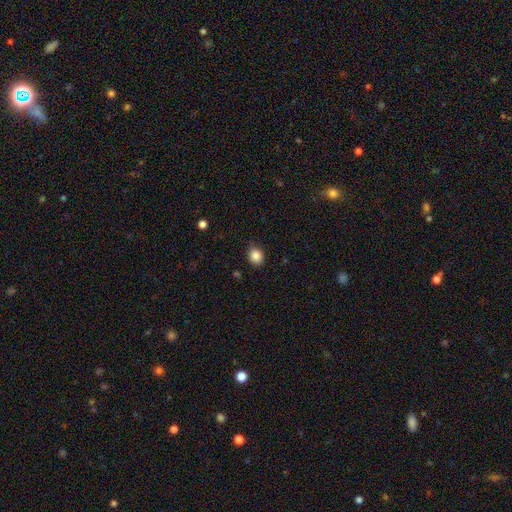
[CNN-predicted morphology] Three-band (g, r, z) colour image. It shows a smooth galaxy with no disk features (85%) that is round (68%). Merging: none (84%).